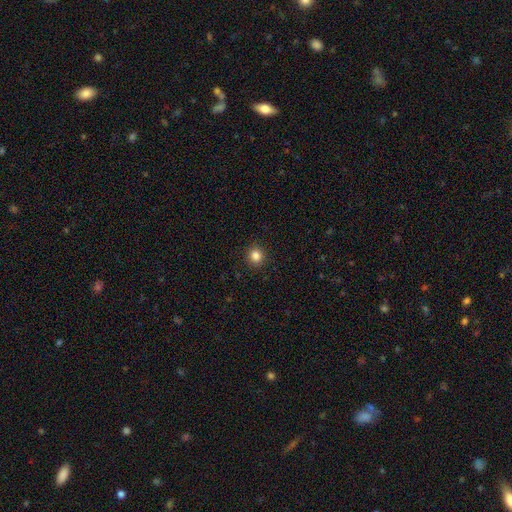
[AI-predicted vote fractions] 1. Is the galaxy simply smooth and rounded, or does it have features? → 84% smooth, 11% star or artifact, 4% featured or disk.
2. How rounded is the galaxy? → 90% round, 9% in between, 1% cigar-shaped.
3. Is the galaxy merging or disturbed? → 92% none, 5% minor disturbance, 2% major disturbance, 1% merger.